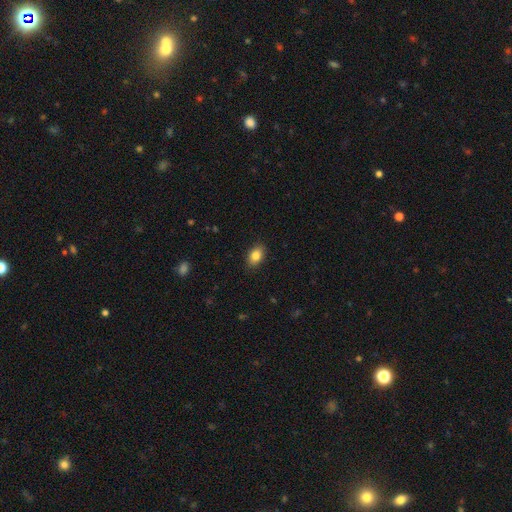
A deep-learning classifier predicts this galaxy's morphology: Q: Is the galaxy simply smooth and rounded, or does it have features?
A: smooth — 84%.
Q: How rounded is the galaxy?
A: in between — 84%.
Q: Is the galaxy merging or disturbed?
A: none — 88%.